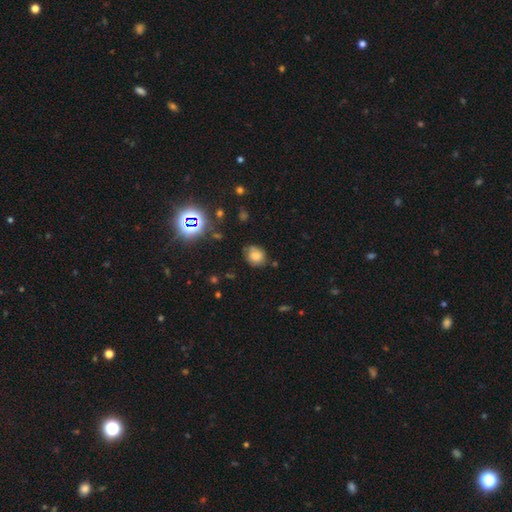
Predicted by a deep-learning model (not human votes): smooth-or-featured: smooth: 73% | star or artifact: 15% | featured or disk: 11%
  how-rounded: round: 70% | in between: 29% | cigar-shaped: 1%
  merging: none: 71% | minor disturbance: 20% | major disturbance: 5% | merger: 4%